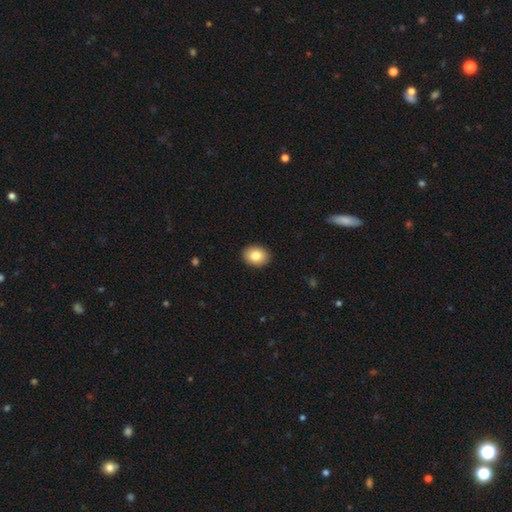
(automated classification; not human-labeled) smooth 83%, featured or disk 9%, star or artifact 8%. Down the decision tree: how rounded — in between (64%); merging — none (91%).